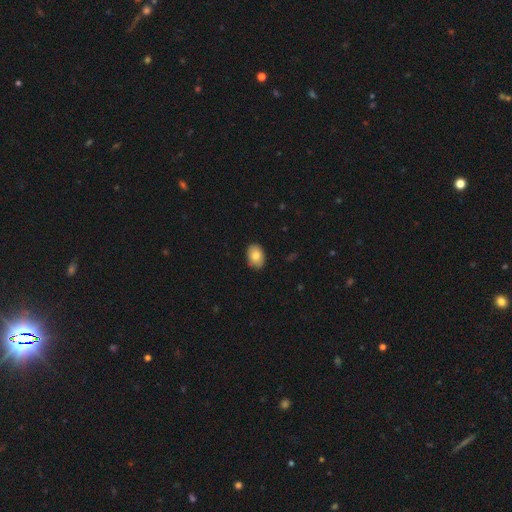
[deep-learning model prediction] This appears to be a smooth galaxy with no disk features (83%) that is in between round and cigar-shaped (83%). Merging: none (87%).